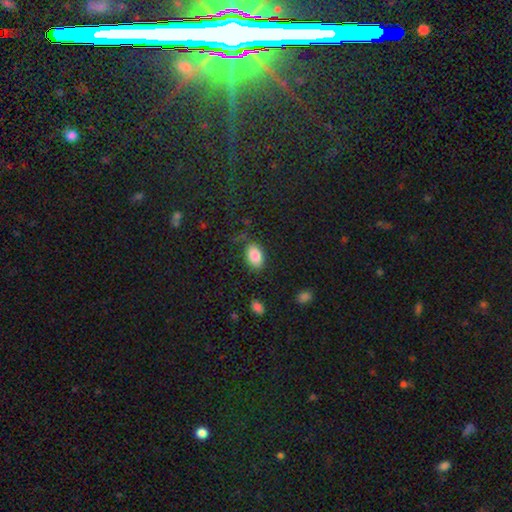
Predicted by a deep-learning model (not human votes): smooth-or-featured: smooth: 86% | star or artifact: 8% | featured or disk: 6%
  how-rounded: in between: 90% | round: 8% | cigar-shaped: 1%
  merging: none: 78% | minor disturbance: 15% | major disturbance: 5% | merger: 2%